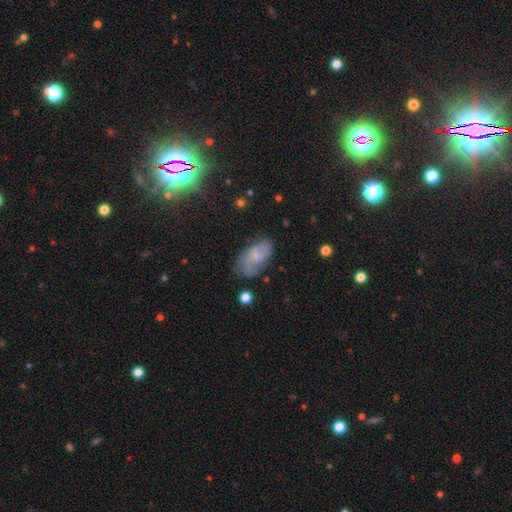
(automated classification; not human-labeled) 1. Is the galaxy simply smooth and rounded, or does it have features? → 59% smooth, 31% featured or disk, 11% star or artifact.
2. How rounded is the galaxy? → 92% in between, 4% cigar-shaped, 4% round.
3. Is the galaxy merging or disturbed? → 60% none, 26% minor disturbance, 11% major disturbance, 3% merger.